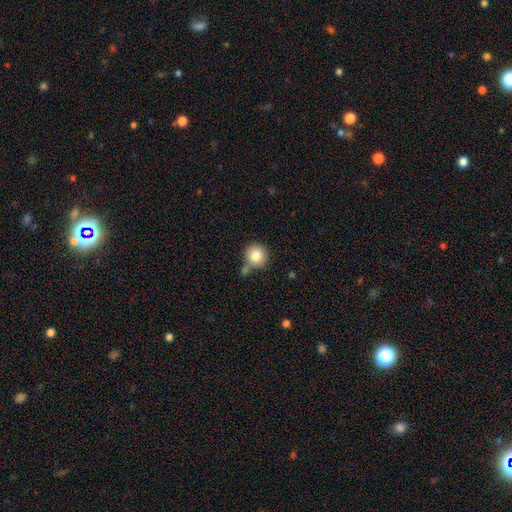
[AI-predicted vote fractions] Smooth or featured: smooth — 81% (star or artifact — 10%)
How rounded: round — 93% (in between — 6%)
Merging: none — 66% (merger — 16%)